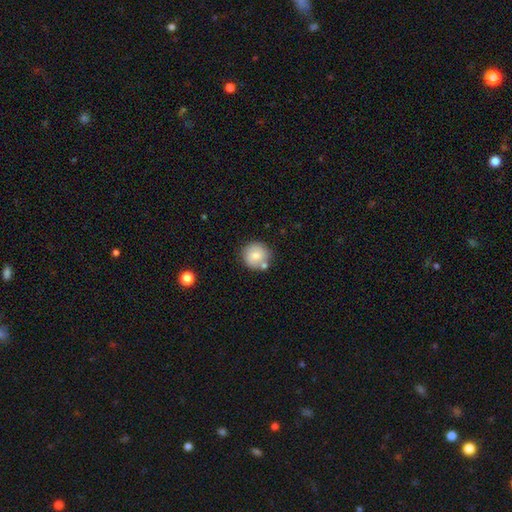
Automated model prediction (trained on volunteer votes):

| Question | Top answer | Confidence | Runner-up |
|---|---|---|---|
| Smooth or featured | smooth | 77% | featured or disk (15%) |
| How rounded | round | 92% | in between (7%) |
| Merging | none | 73% | minor disturbance (13%) |